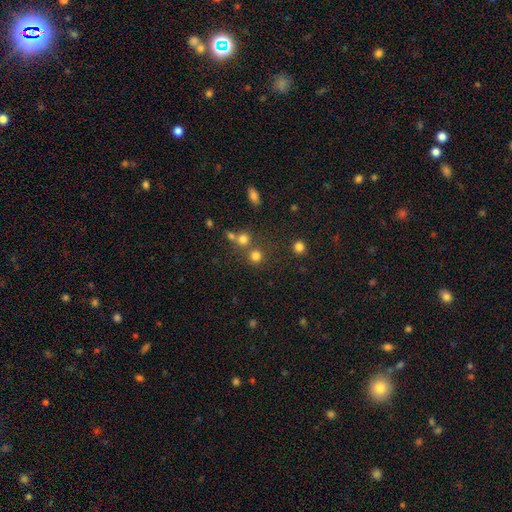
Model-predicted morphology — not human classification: smooth 76%, star or artifact 17%, featured or disk 7%. Down the decision tree: how rounded — round (89%); merging — none (65%).